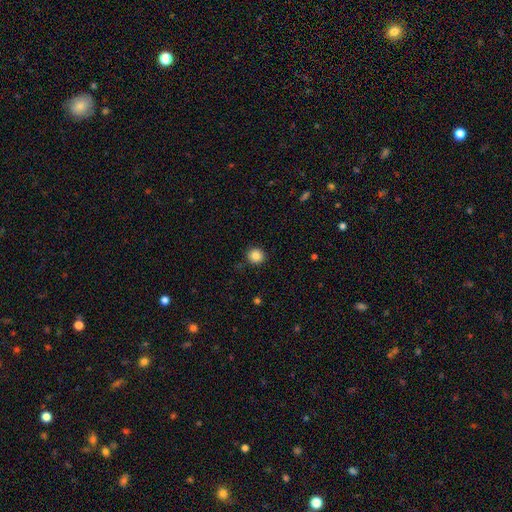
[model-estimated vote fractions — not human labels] Smooth or featured?
  - smooth: 86% *
  - star or artifact: 10%
  - featured or disk: 4%
How rounded?
  - round: 91% *
  - in between: 8%
  - cigar-shaped: 1%
Merging?
  - none: 90% *
  - minor disturbance: 7%
  - major disturbance: 2%
  - merger: 1%